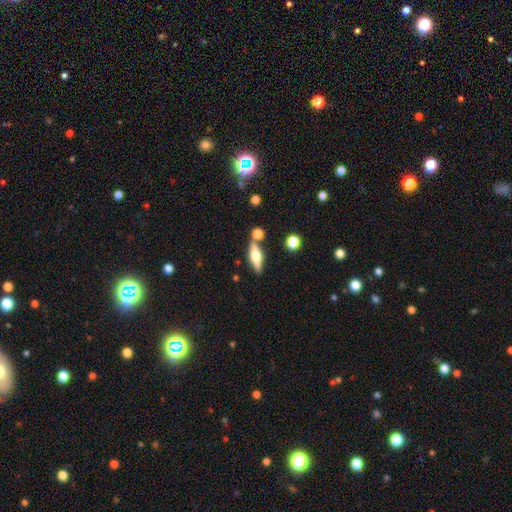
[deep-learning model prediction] Smooth or featured?
  - featured or disk: 52% *
  - smooth: 41%
  - star or artifact: 8%
Edge-on disk?
  - yes: 92% *
  - no: 8%
Merging?
  - none: 72% *
  - merger: 13%
  - minor disturbance: 11%
  - major disturbance: 3%